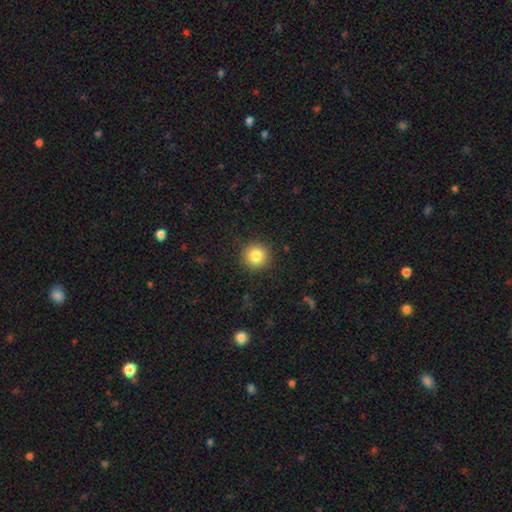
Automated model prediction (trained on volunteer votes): Smooth or featured?
  - smooth: 85% *
  - star or artifact: 10%
  - featured or disk: 5%
How rounded?
  - round: 94% *
  - in between: 5%
  - cigar-shaped: 1%
Merging?
  - none: 91% *
  - minor disturbance: 6%
  - major disturbance: 2%
  - merger: 1%